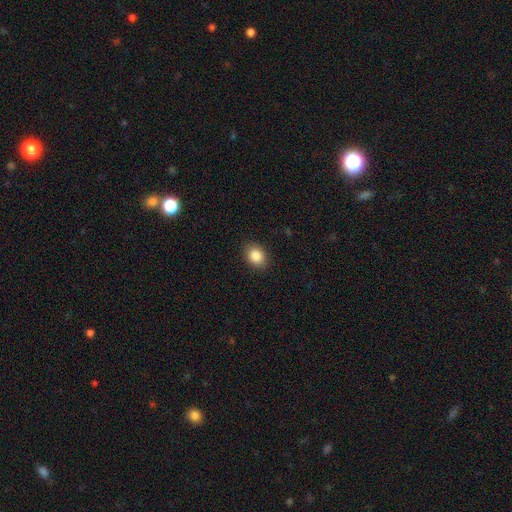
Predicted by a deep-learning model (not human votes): Smooth or featured? smooth (86%)
How rounded? in between (59%)
Merging? none (88%)